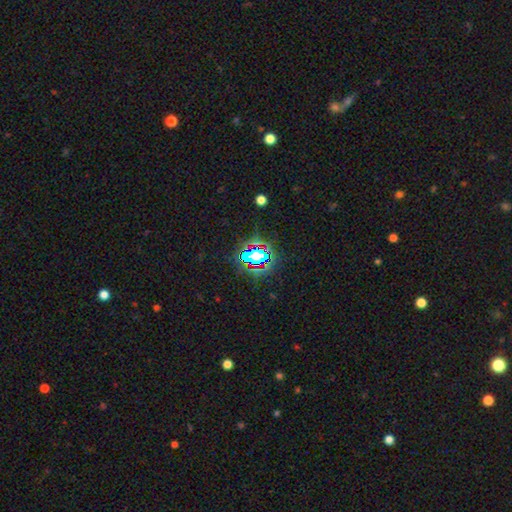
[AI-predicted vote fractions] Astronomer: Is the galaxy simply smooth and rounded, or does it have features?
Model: star or artifact — 68%.